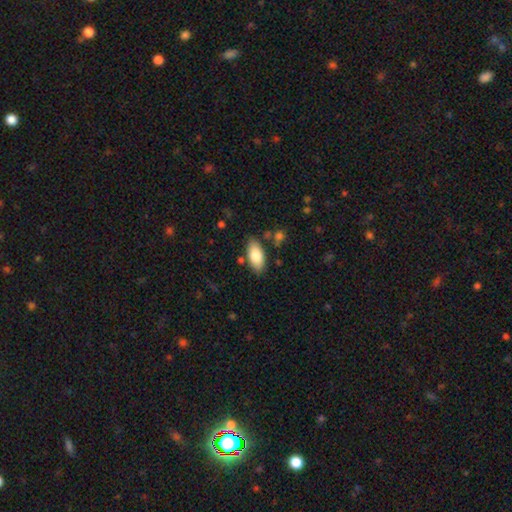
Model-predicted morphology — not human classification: Smooth or featured: smooth — 80% (featured or disk — 14%)
How rounded: in between — 91% (cigar-shaped — 7%)
Merging: none — 82% (minor disturbance — 12%)